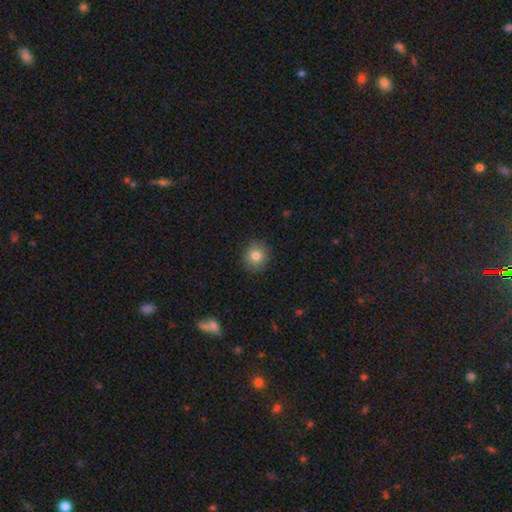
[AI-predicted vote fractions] This is clearly a smooth galaxy (80%). How rounded: clearly round (86%). Merging: clearly none (90%).